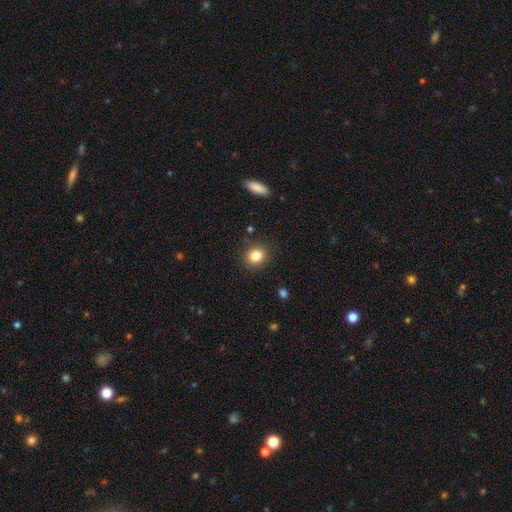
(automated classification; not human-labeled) smooth-or-featured: smooth: 84% | star or artifact: 10% | featured or disk: 6%
  how-rounded: round: 71% | in between: 28% | cigar-shaped: 1%
  merging: none: 87% | minor disturbance: 9% | major disturbance: 3% | merger: 2%